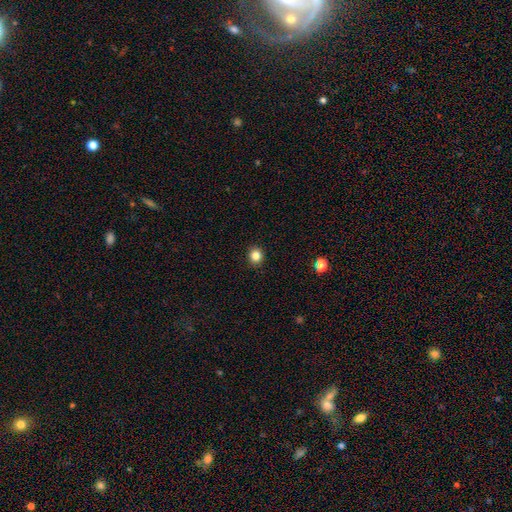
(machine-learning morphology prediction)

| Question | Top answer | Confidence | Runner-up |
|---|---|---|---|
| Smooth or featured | smooth | 83% | star or artifact (12%) |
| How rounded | round | 83% | in between (16%) |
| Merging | none | 92% | minor disturbance (5%) |